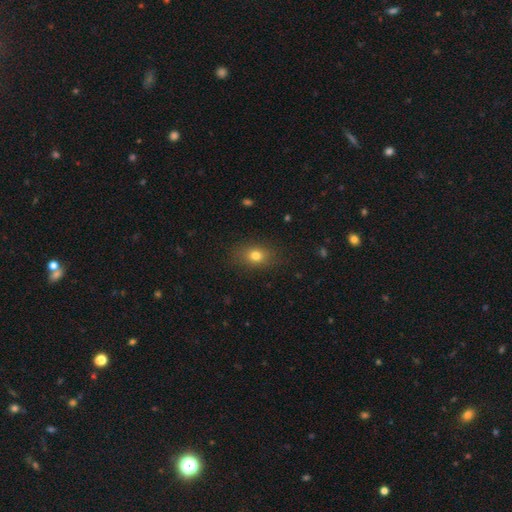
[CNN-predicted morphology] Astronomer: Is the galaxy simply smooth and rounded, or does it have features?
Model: smooth — 78%.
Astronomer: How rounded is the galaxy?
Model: in between — 66%.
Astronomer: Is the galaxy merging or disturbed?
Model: none — 84%.